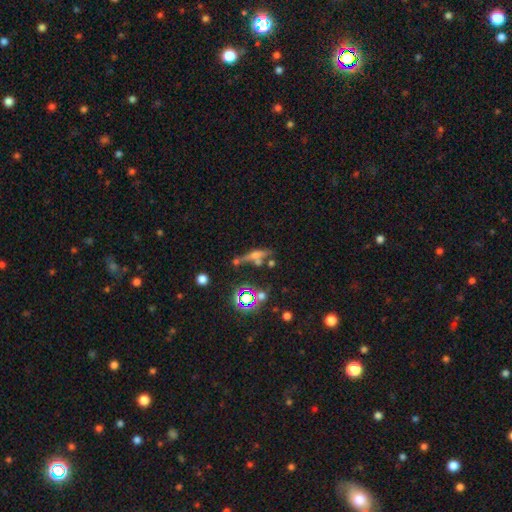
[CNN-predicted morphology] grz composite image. It shows a featured or disk galaxy (44%). Merging: none (59%).